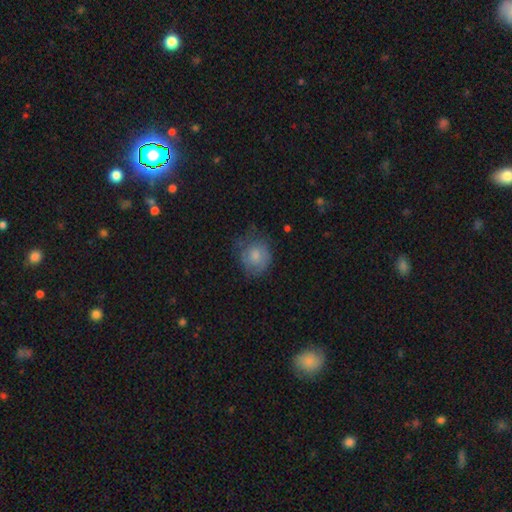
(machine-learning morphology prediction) Smooth or featured?
  - smooth: 70% *
  - featured or disk: 22%
  - star or artifact: 8%
How rounded?
  - round: 73% *
  - in between: 26%
  - cigar-shaped: 1%
Merging?
  - none: 53% *
  - minor disturbance: 29%
  - major disturbance: 16%
  - merger: 2%